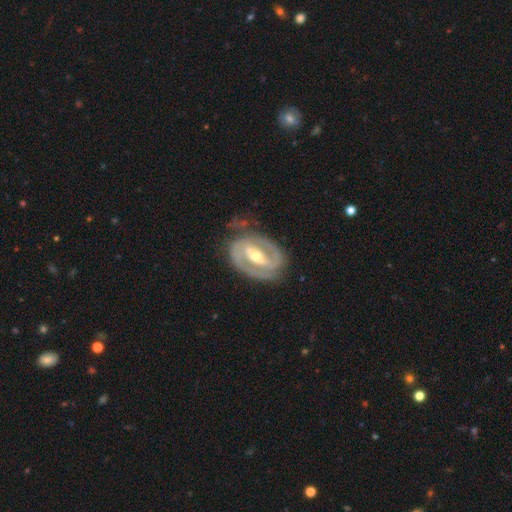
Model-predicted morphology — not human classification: Smooth or featured?
  - featured or disk: 88% *
  - smooth: 8%
  - star or artifact: 4%
Edge-on disk?
  - no: 96% *
  - yes: 4%
Bar?
  - strong: 59% *
  - weak: 29%
  - no: 12%
Spiral arms?
  - yes: 88% *
  - no: 12%
Spiral winding?
  - tight: 53% *
  - medium: 37%
  - loose: 9%
Spiral arm count?
  - 2: 83% *
  - can't tell: 8%
  - 1: 5%
  - 3: 2%
  - 4: 1%
  - more than 4: 1%
Bulge size?
  - moderate: 62% *
  - small: 33%
  - large: 3%
  - none: 1%
  - dominant: 1%
Merging?
  - none: 70% *
  - minor disturbance: 20%
  - major disturbance: 9%
  - merger: 2%